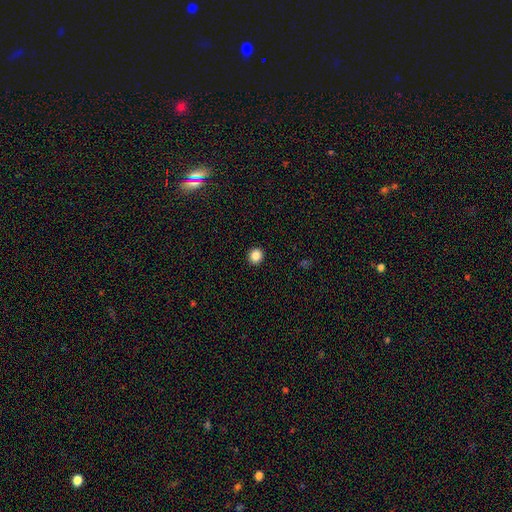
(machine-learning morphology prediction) smooth_or_featured: smooth (p=0.87) [alt: star or artifact p=0.10]
how_rounded: round (p=0.85) [alt: in between p=0.14]
merging: none (p=0.93) [alt: minor disturbance p=0.05]